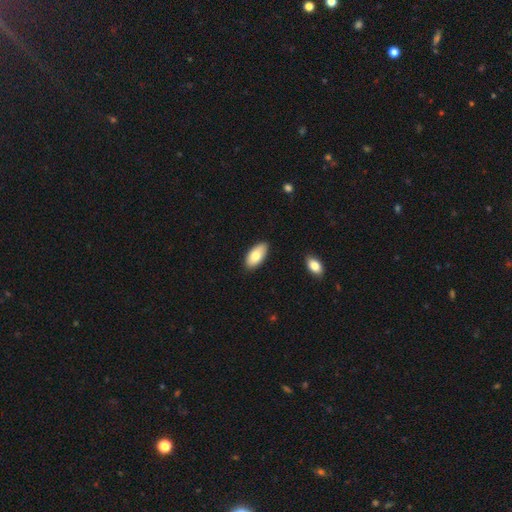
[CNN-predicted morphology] type=smooth (79%); roundness=in between (94%); merging=none (86%).